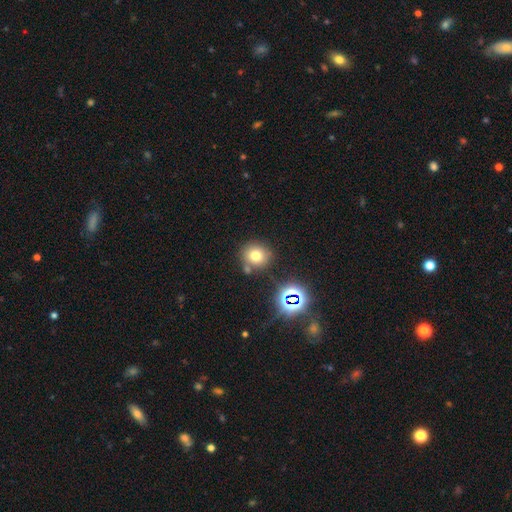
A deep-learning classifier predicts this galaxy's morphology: This is likely a smooth galaxy (70%). How rounded: clearly round (86%). Merging: likely none (75%).